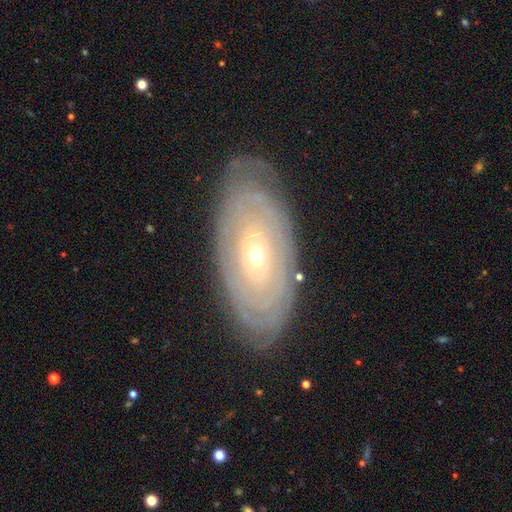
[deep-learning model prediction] featured or disk 76%, smooth 18%, star or artifact 7%. Down the decision tree: edge-on disk — no (91%); bar — no (80%); spiral arms — yes (77%); spiral arm count — can't tell (62%); spiral winding — tight (87%); bulge size — small (70%); merging — none (82%).